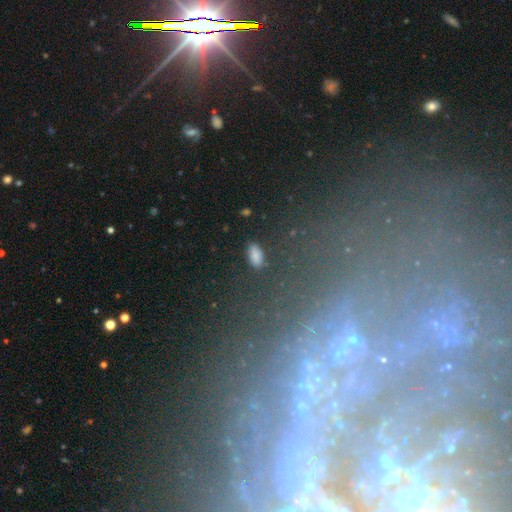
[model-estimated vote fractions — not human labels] This is clearly a smooth galaxy (81%). How rounded: clearly in between (89%). Merging: clearly none (84%).